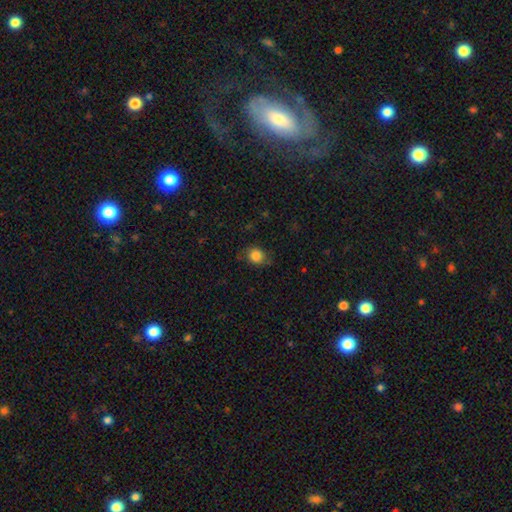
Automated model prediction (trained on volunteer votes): The model was most divided on "how rounded": round: 72%, in between: 27%, cigar-shaped: 1%. More confident: smooth or featured — smooth (84%); merging — none (74%).